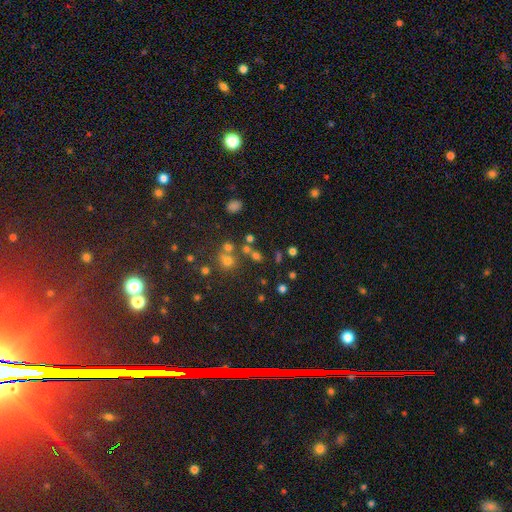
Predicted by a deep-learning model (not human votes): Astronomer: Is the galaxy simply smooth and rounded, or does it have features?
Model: smooth — 47% (runner-up: star or artifact, 40%).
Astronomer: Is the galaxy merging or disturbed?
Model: none — 59%.